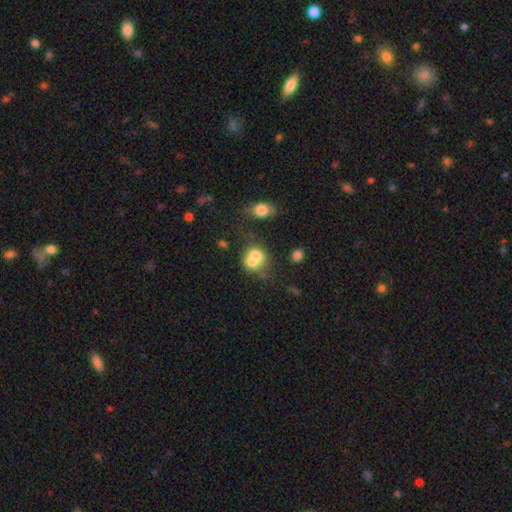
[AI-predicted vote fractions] The model was most divided on "how rounded": round: 65%, in between: 34%, cigar-shaped: 1%. More confident: smooth or featured — smooth (65%); merging — merger (64%).